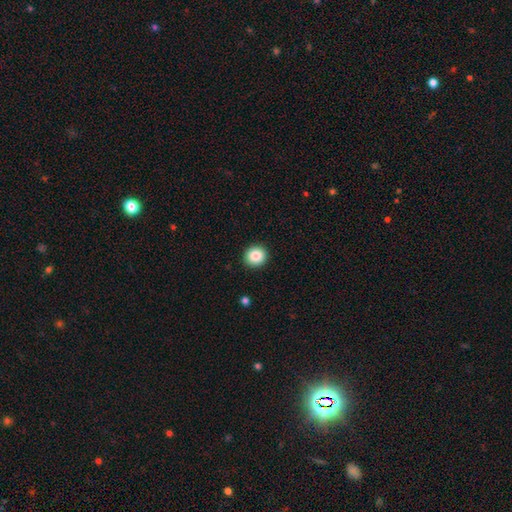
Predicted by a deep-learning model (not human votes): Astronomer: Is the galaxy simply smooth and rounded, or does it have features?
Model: smooth — 87%.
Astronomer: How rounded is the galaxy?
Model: round — 90%.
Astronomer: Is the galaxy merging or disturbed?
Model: none — 92%.